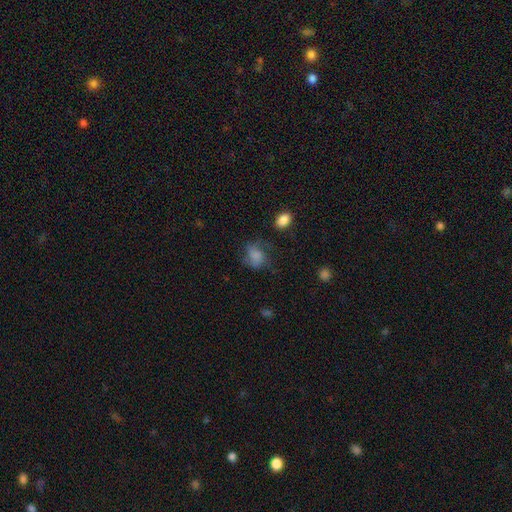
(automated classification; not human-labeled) Overall: smooth (61%; featured or disk 27%). How rounded: round (51%; in between 48%). Merging: none (50%; minor disturbance 25%).